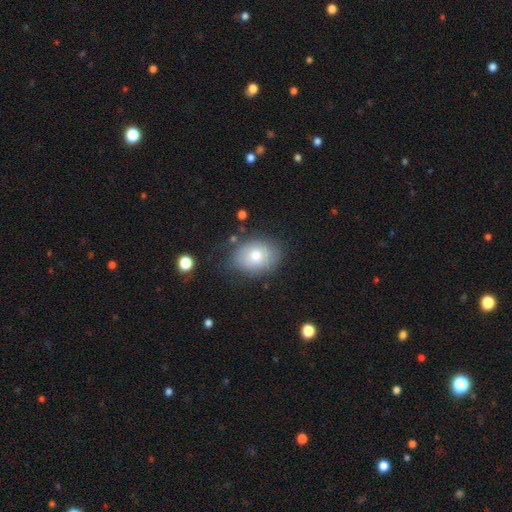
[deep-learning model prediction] A smooth galaxy with no disk features (73%) that is in between round and cigar-shaped (74%). Merging: none (75%).